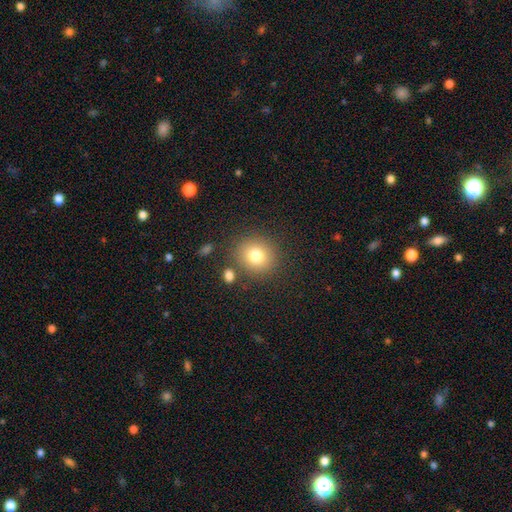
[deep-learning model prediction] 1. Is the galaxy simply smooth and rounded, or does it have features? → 79% smooth, 12% star or artifact, 9% featured or disk.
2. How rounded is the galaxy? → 84% round, 15% in between, 1% cigar-shaped.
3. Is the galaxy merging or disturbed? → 82% none, 9% minor disturbance, 6% merger, 4% major disturbance.